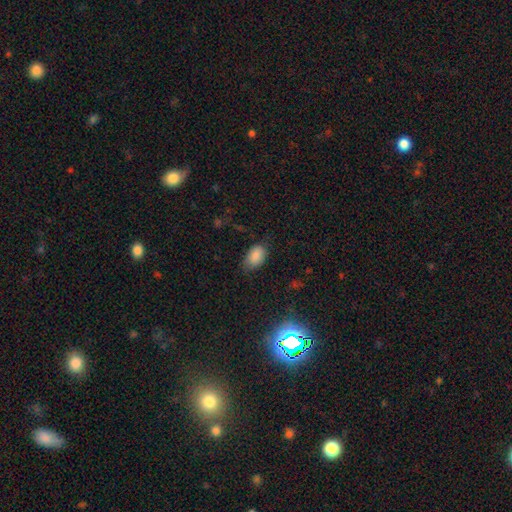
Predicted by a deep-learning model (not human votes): smooth 84%, star or artifact 10%, featured or disk 7%. Down the decision tree: how rounded — in between (89%); merging — none (70%).